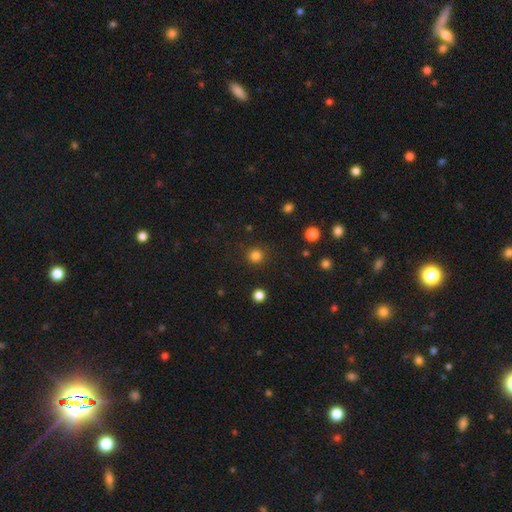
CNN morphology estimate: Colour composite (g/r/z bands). It shows a smooth galaxy with no disk features (83%) that is round (94%). Merging: none (90%).